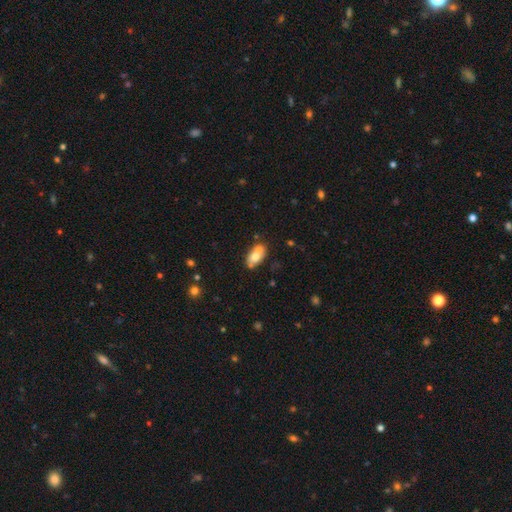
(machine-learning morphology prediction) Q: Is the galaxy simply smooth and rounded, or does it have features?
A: smooth — 64%.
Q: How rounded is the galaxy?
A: in between — 85%.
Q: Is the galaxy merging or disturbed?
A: none — 47%.